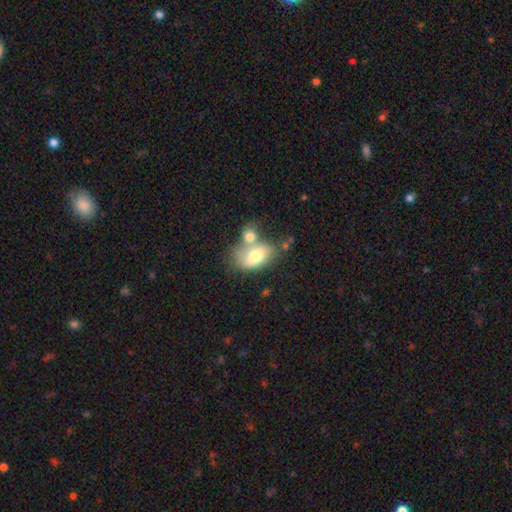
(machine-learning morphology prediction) Smooth or featured? smooth (69%)
How rounded? in between (88%)
Merging? merger (49%)